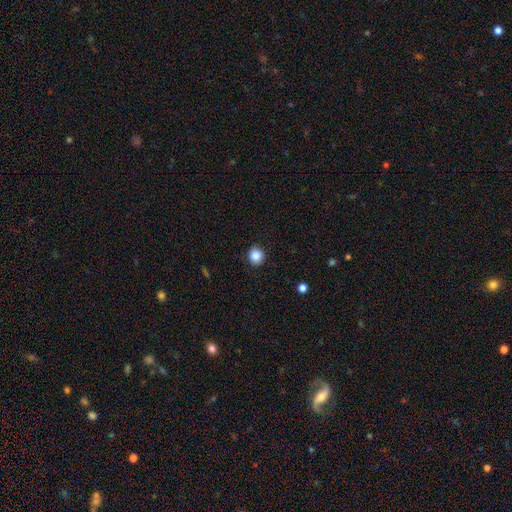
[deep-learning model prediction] smooth-or-featured: smooth: 87% | star or artifact: 10% | featured or disk: 3%
  how-rounded: round: 89% | in between: 10% | cigar-shaped: 1%
  merging: none: 90% | minor disturbance: 7% | major disturbance: 2% | merger: 1%